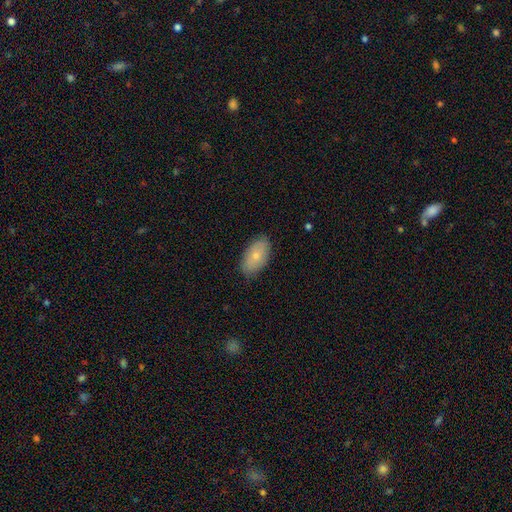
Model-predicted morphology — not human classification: type=smooth (74%); roundness=in between (93%); merging=none (84%).